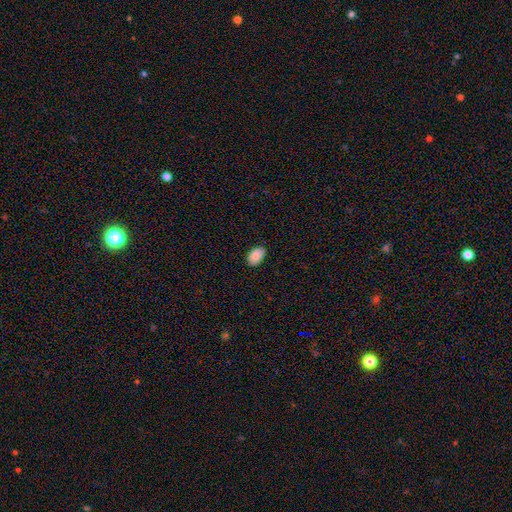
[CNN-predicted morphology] Q: Smooth or featured?
A: smooth (87%); runner-up: star or artifact (7%)
Q: How rounded?
A: in between (87%); runner-up: round (12%)
Q: Merging?
A: none (84%); runner-up: minor disturbance (13%)